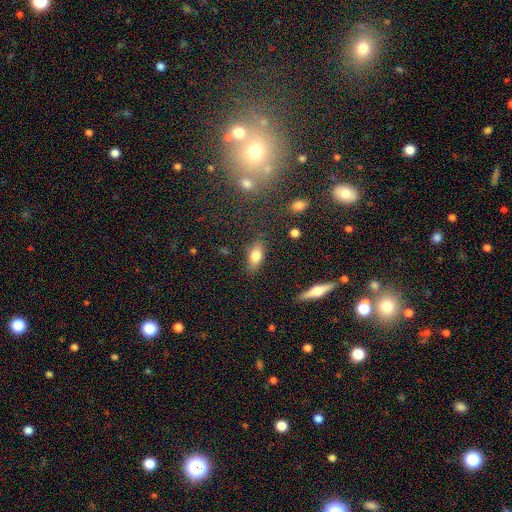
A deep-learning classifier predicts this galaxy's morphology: Smooth or featured?
  - smooth: 76% *
  - featured or disk: 16%
  - star or artifact: 8%
How rounded?
  - in between: 82% *
  - cigar-shaped: 13%
  - round: 6%
Merging?
  - none: 80% *
  - minor disturbance: 14%
  - major disturbance: 4%
  - merger: 3%